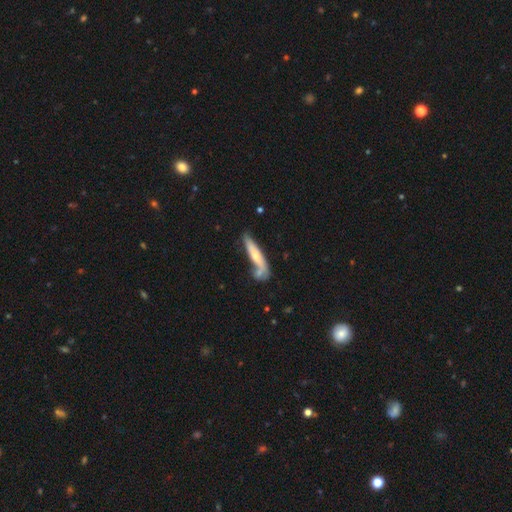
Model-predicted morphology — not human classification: Q: Smooth or featured?
A: smooth (52%); runner-up: featured or disk (42%)
Q: How rounded?
A: cigar-shaped (84%); runner-up: in between (14%)
Q: Merging?
A: none (52%); runner-up: merger (20%)